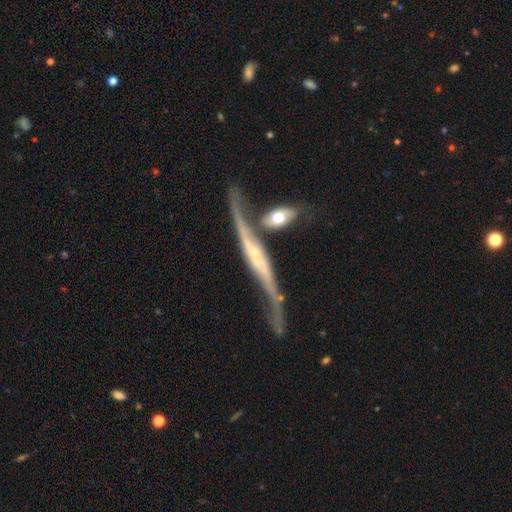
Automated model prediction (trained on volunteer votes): smooth-or-featured: featured or disk: 83% | smooth: 11% | star or artifact: 5%
  disk-edge-on: yes: 70% | no: 30%
    edge-on-bulge: rounded: 43% | none: 33% | boxy: 25%
  merging: none: 43% | merger: 22% | minor disturbance: 21% | major disturbance: 14%